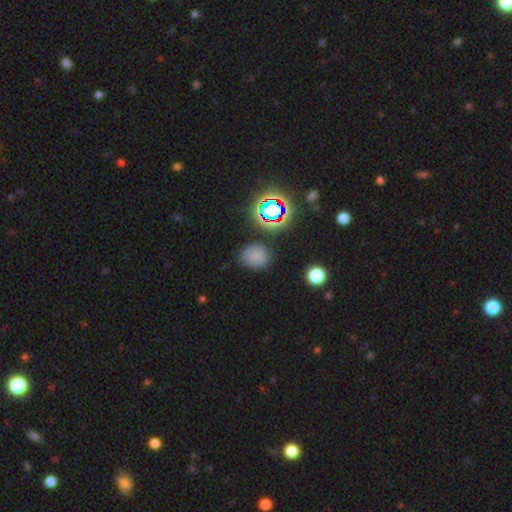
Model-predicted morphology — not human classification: Smooth or featured: smooth — 71% (star or artifact — 21%)
How rounded: round — 70% (in between — 29%)
Merging: none — 82% (minor disturbance — 12%)